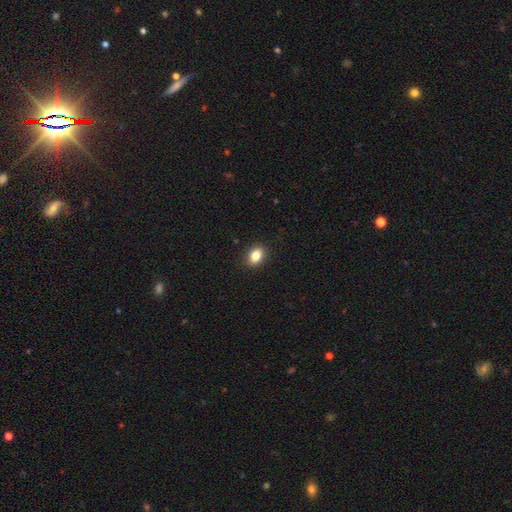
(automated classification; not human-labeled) Morphology: type=smooth (84%); roundness=in between (71%); merging=none (90%).